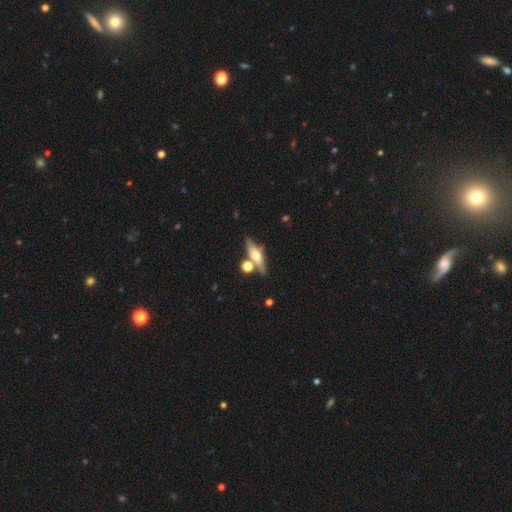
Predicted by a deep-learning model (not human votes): A featured or disk galaxy (56%) viewed edge-on (88%). Merging: none (69%).